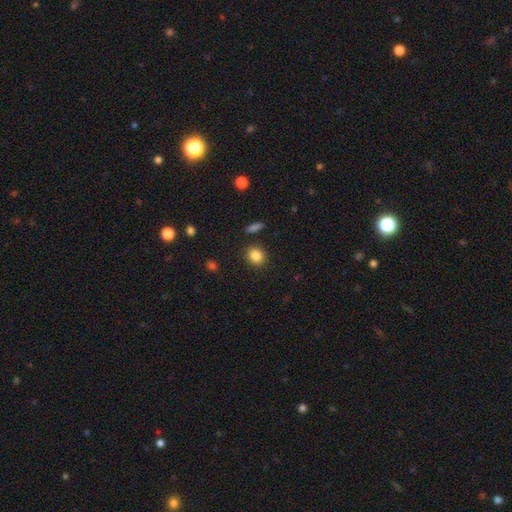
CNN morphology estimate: A smooth galaxy with no disk features (85%) that is round (70%). Merging: none (88%).